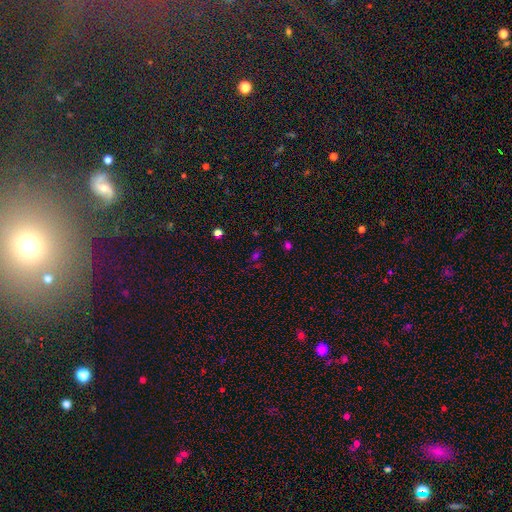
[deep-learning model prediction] smooth-or-featured: smooth: 49% | star or artifact: 43% | featured or disk: 8%
  merging: none: 68% | minor disturbance: 16% | major disturbance: 8% | merger: 8%